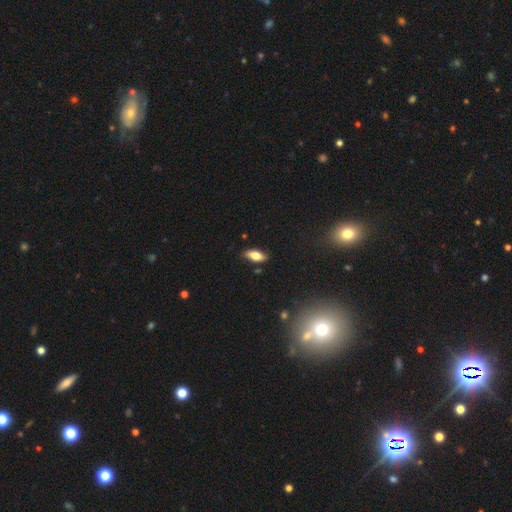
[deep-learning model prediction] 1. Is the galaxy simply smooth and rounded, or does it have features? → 72% smooth, 21% featured or disk, 7% star or artifact.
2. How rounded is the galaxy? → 80% in between, 17% cigar-shaped, 3% round.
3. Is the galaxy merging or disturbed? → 84% none, 12% minor disturbance, 2% major disturbance, 2% merger.